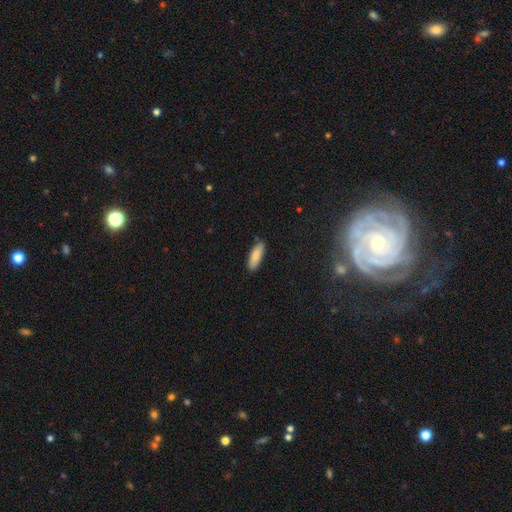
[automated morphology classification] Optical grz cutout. It shows a smooth galaxy with no disk features (85%) that is in between round and cigar-shaped (57%). Merging: none (87%).